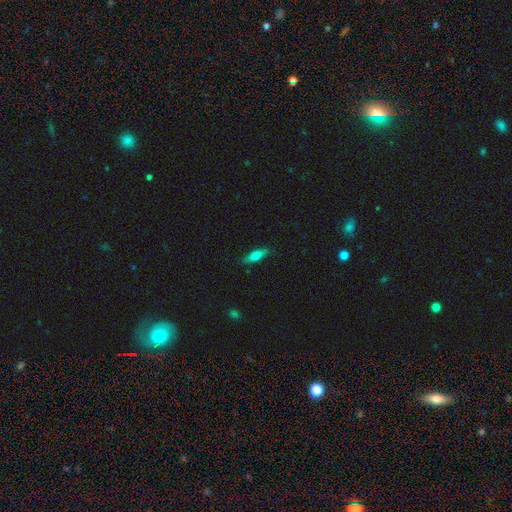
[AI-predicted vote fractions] smooth-or-featured: smooth: 62% | featured or disk: 31% | star or artifact: 7%
  how-rounded: cigar-shaped: 57% | in between: 40% | round: 3%
  merging: none: 86% | minor disturbance: 10% | major disturbance: 2% | merger: 1%